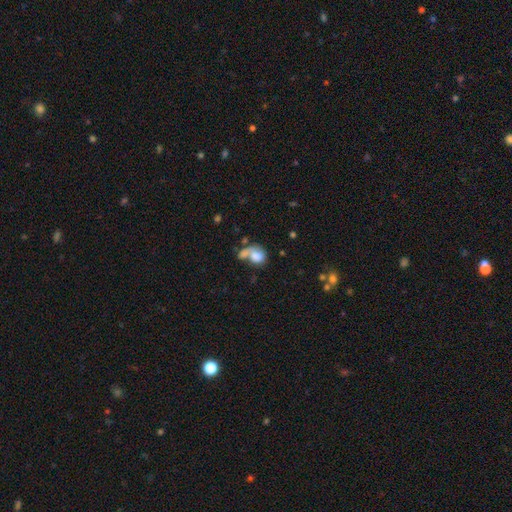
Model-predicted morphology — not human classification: This appears to be a smooth galaxy with no disk features (69%) that is in between round and cigar-shaped (62%). Merging: merger (46%).